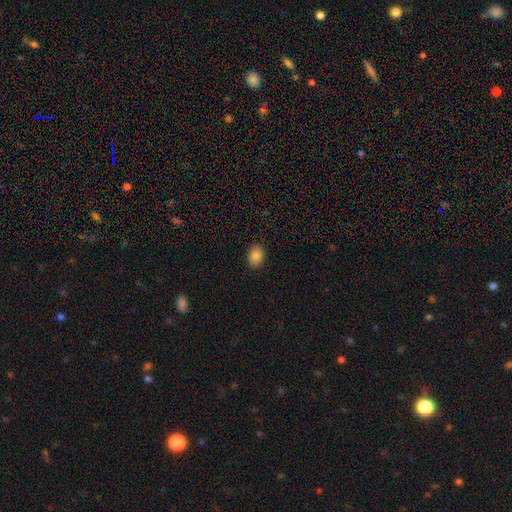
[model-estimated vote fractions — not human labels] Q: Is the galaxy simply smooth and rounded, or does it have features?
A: smooth — 86%.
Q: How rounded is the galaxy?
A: in between — 75%.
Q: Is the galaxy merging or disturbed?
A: none — 88%.